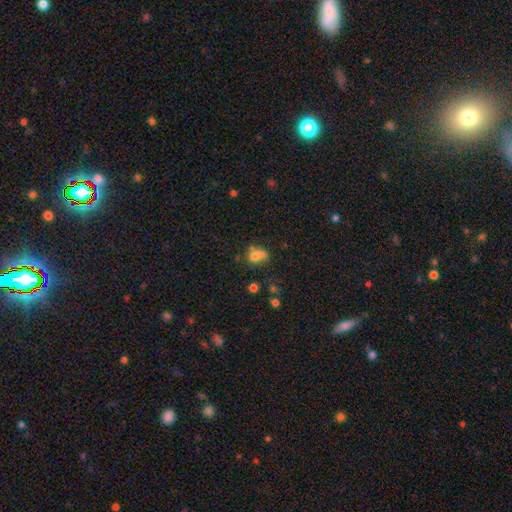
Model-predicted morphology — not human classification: smooth-or-featured: smooth: 67% | featured or disk: 18% | star or artifact: 14%
  how-rounded: round: 63% | in between: 35% | cigar-shaped: 1%
  merging: merger: 53% | none: 31% | minor disturbance: 11% | major disturbance: 6%